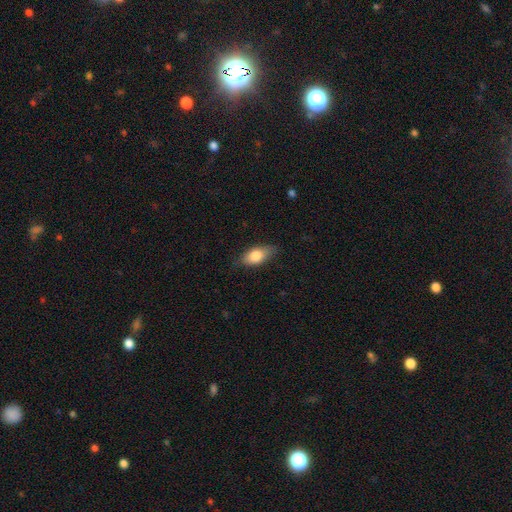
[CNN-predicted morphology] Smooth or featured?
  - smooth: 78% *
  - featured or disk: 15%
  - star or artifact: 7%
How rounded?
  - in between: 87% *
  - cigar-shaped: 8%
  - round: 5%
Merging?
  - none: 77% *
  - minor disturbance: 18%
  - major disturbance: 3%
  - merger: 1%